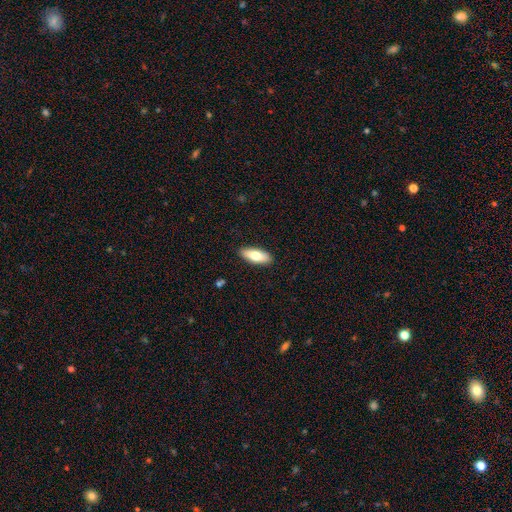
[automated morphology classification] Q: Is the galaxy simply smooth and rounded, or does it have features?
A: smooth — 73%.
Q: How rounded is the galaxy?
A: in between — 74%.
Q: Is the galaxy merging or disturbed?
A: none — 90%.